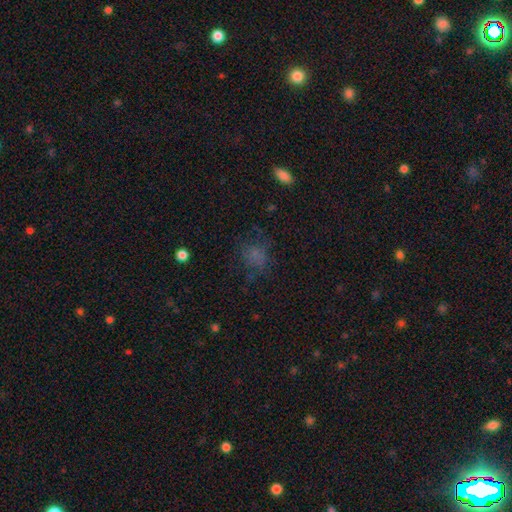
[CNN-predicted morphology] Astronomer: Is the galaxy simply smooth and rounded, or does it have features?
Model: smooth — 64%.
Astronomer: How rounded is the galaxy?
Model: round — 63%.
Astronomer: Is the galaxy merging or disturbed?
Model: none — 61%.